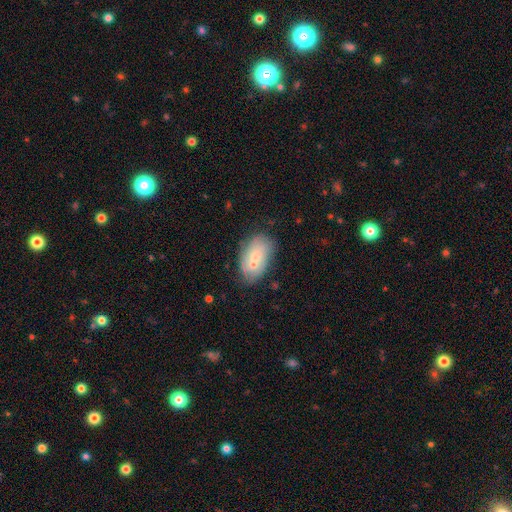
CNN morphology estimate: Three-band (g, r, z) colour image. It shows a smooth galaxy with no disk features (61%) that is in between round and cigar-shaped (90%). Merging: none (48%).